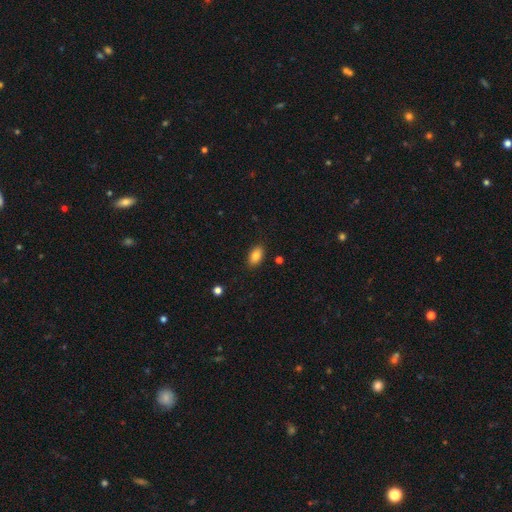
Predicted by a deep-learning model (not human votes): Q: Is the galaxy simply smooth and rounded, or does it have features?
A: smooth — 84%.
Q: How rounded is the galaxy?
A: in between — 91%.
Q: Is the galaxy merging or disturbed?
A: none — 87%.